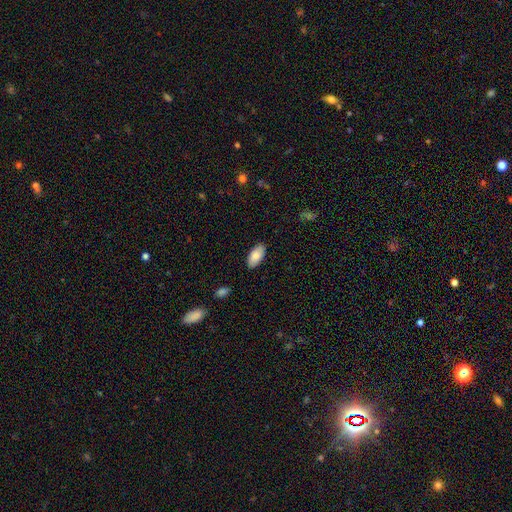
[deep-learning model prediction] Q: Smooth or featured?
A: smooth (85%); runner-up: featured or disk (9%)
Q: How rounded?
A: in between (94%); runner-up: cigar-shaped (4%)
Q: Merging?
A: none (87%); runner-up: minor disturbance (10%)